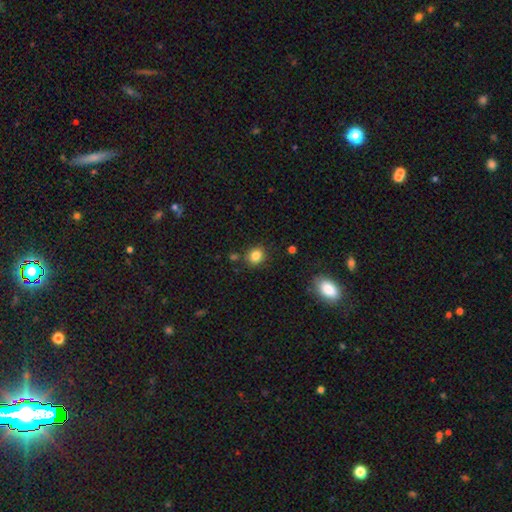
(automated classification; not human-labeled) Smooth or featured: smooth — 83% (star or artifact — 11%)
How rounded: round — 74% (in between — 25%)
Merging: none — 83% (minor disturbance — 11%)